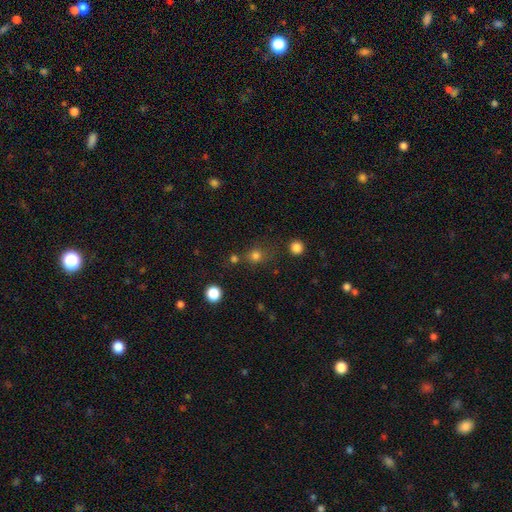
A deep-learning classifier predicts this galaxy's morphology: Smooth or featured? smooth (76%)
How rounded? round (84%)
Merging? none (71%)